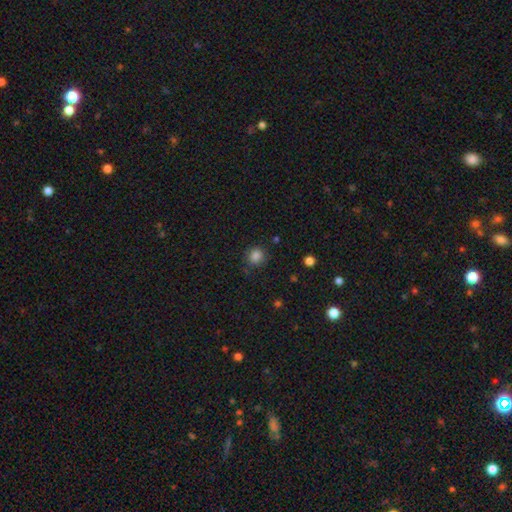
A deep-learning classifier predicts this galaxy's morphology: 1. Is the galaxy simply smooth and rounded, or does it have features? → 84% smooth, 12% star or artifact, 4% featured or disk.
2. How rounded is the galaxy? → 87% round, 12% in between, 1% cigar-shaped.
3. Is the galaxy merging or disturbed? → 83% none, 12% minor disturbance, 3% major disturbance, 2% merger.